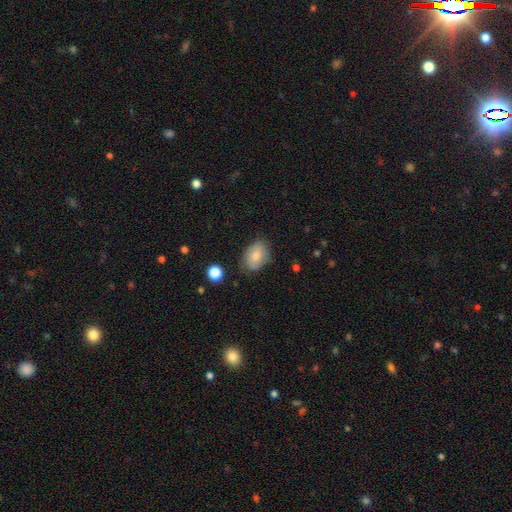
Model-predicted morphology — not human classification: Q: Smooth or featured?
A: smooth (78%); runner-up: featured or disk (15%)
Q: How rounded?
A: in between (79%); runner-up: round (20%)
Q: Merging?
A: none (70%); runner-up: minor disturbance (23%)